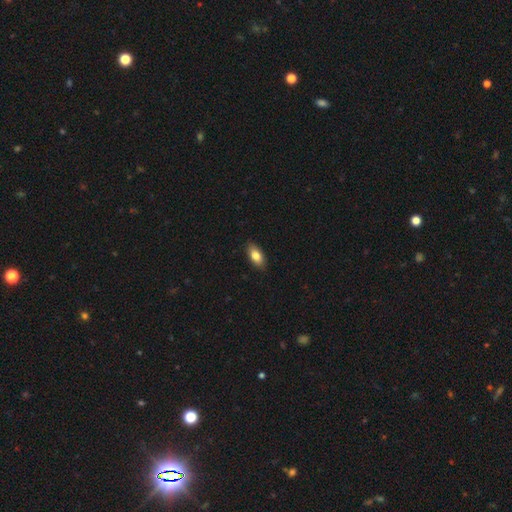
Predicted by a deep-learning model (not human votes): smooth 81%, featured or disk 12%, star or artifact 7%. Down the decision tree: how rounded — in between (89%); merging — none (88%).